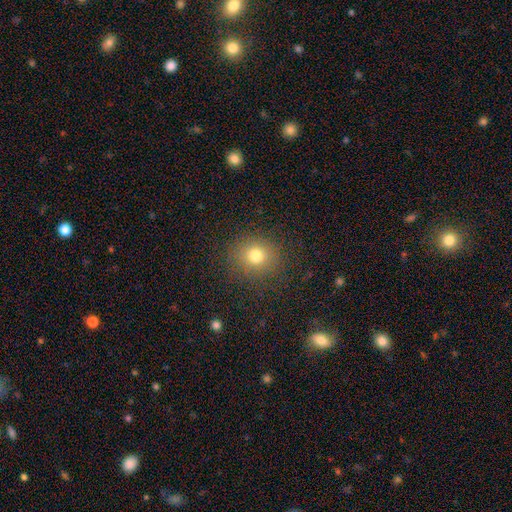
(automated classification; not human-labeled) Smooth or featured? Predicted: smooth (p=0.76). How rounded? Predicted: round (p=0.83). Merging? Predicted: none (p=0.87).